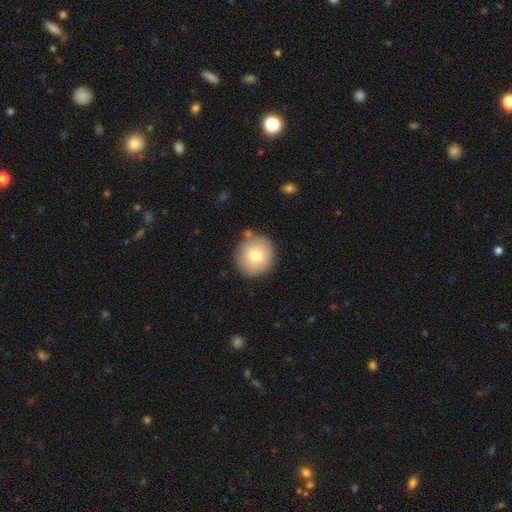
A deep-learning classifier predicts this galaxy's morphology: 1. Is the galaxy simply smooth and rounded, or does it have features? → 76% smooth, 15% featured or disk, 9% star or artifact.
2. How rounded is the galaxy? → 90% round, 9% in between, 1% cigar-shaped.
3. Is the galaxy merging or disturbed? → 81% none, 10% minor disturbance, 6% merger, 3% major disturbance.